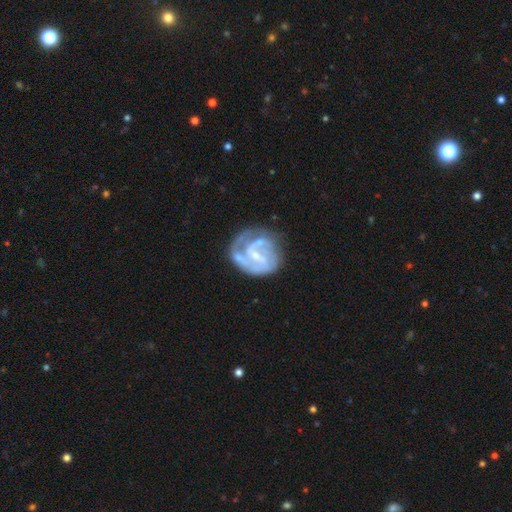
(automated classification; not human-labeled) A featured or disk galaxy (83%) with a weak bar (47%), 2 (44%) tight (47%) spiral arms (89%) and a small central bulge (70%).

Vote fractions:
- Smooth or featured? featured or disk: 83% / smooth: 12% / star or artifact: 6%
- Edge-on disk? no: 98% / yes: 2%
- Bar? weak: 47% / no: 34% / strong: 19%
- Spiral arms? yes: 89% / no: 11%
- Spiral winding? tight: 47% / medium: 39% / loose: 14%
- Spiral arm count? 2: 44% / can't tell: 23% / 3: 17% / 1: 10% / 4: 4% / more than 4: 3%
- Bulge size? small: 70% / moderate: 23% / none: 5% / large: 1% / dominant: 1%
- Merging? none: 52% / minor disturbance: 23% / major disturbance: 20% / merger: 6%